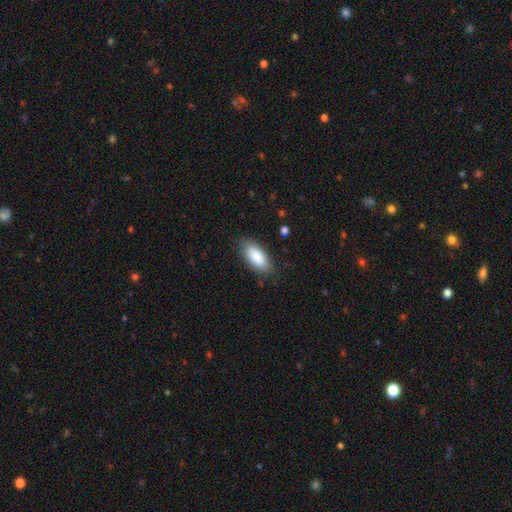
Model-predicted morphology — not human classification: A smooth galaxy with no disk features (87%) that is in between round and cigar-shaped (88%). Merging: none (82%).